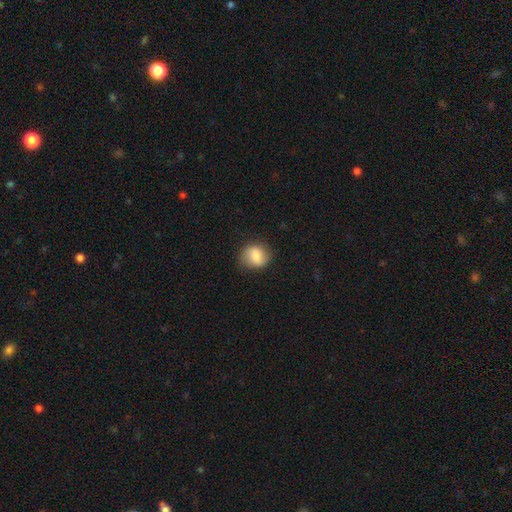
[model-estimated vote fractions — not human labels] smooth 78%, featured or disk 14%, star or artifact 8%. Down the decision tree: how rounded — round (72%); merging — none (83%).